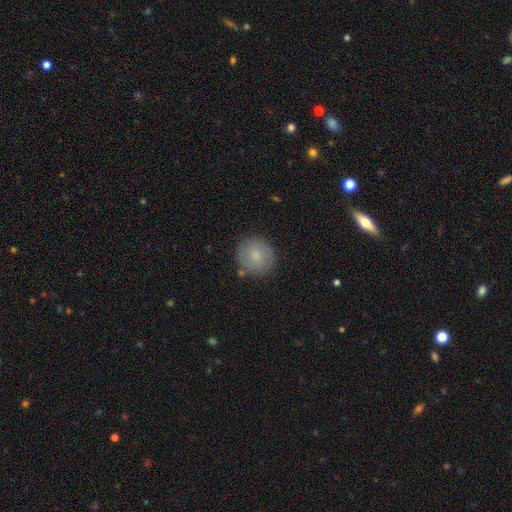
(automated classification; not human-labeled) A smooth galaxy with no disk features (76%) that is round (90%).

Vote fractions:
- Smooth or featured? smooth: 76% / featured or disk: 16% / star or artifact: 7%
- How rounded? round: 90% / in between: 9% / cigar-shaped: 1%
- Merging? none: 85% / minor disturbance: 10% / major disturbance: 3% / merger: 2%